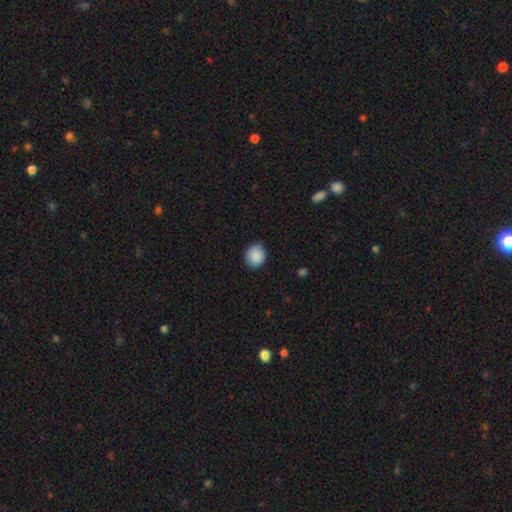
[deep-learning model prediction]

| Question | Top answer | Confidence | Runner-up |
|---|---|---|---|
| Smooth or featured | smooth | 89% | star or artifact (8%) |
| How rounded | round | 84% | in between (15%) |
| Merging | none | 83% | minor disturbance (13%) |